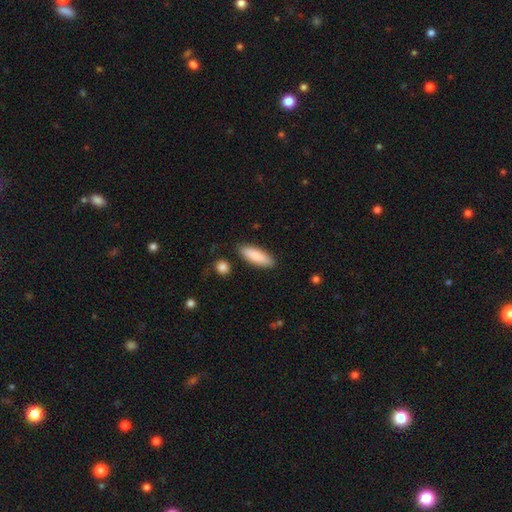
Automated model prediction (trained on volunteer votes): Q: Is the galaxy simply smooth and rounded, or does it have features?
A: smooth — 85%.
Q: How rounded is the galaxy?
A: in between — 56%.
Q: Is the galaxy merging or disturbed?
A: none — 87%.